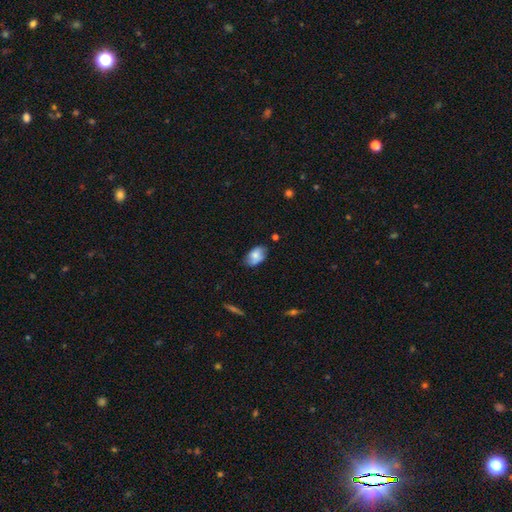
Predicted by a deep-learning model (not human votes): Q: Smooth or featured?
A: smooth (73%); runner-up: featured or disk (19%)
Q: How rounded?
A: in between (90%); runner-up: round (8%)
Q: Merging?
A: none (69%); runner-up: minor disturbance (24%)